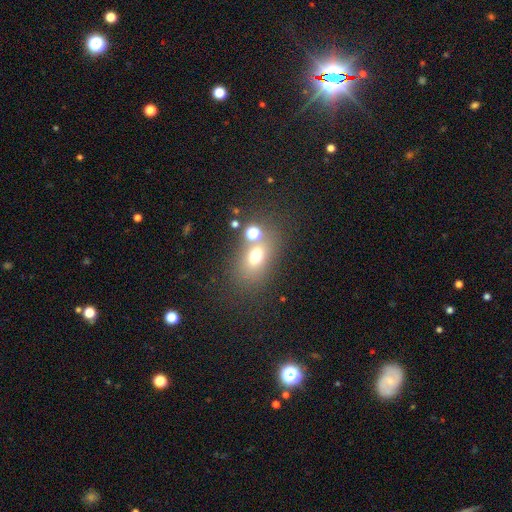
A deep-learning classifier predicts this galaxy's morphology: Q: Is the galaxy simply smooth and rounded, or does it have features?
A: smooth — 66%.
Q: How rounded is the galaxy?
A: in between — 67%.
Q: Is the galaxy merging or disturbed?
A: none — 59%.